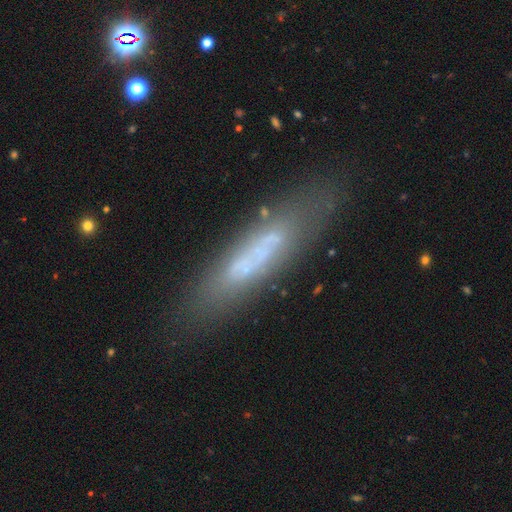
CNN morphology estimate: smooth 47%, featured or disk 43%, star or artifact 11%. Down the decision tree: merging — none (75%).